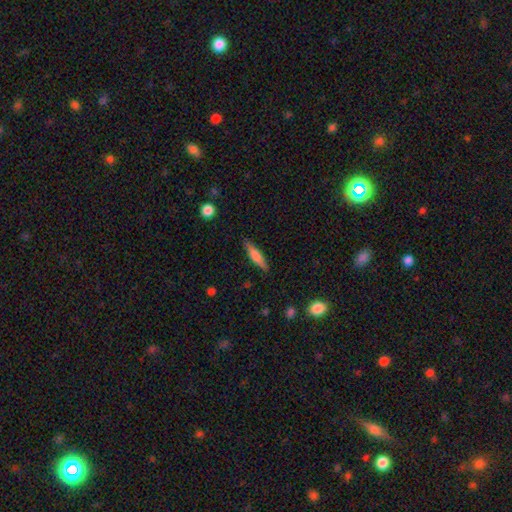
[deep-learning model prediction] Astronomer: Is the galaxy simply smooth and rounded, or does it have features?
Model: smooth — 59% (runner-up: featured or disk, 35%).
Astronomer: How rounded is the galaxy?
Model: cigar-shaped — 82%.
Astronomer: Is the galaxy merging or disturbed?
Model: none — 87%.